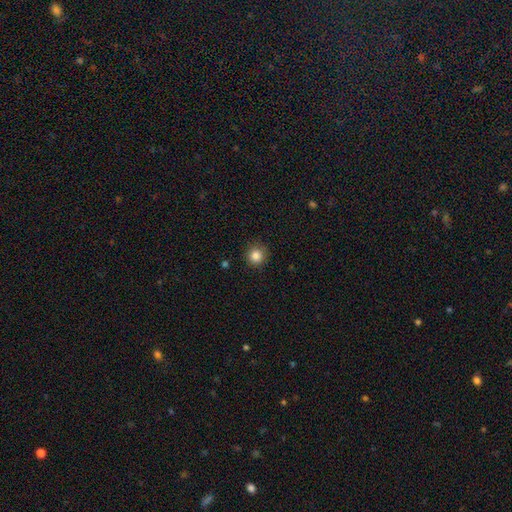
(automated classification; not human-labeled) Morphology: type=smooth (85%); roundness=round (94%); merging=none (87%).